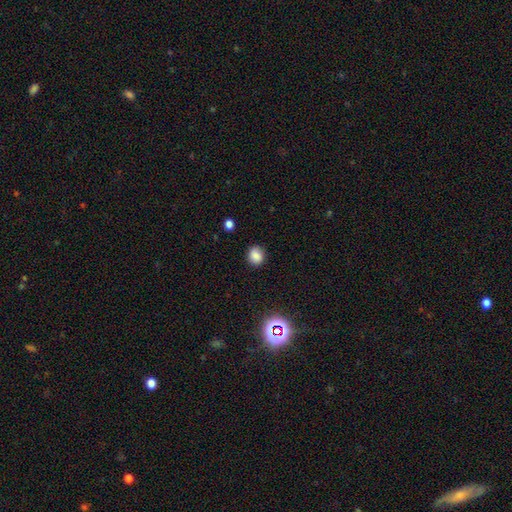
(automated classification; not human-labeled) Smooth or featured?
  - smooth: 82% *
  - star or artifact: 13%
  - featured or disk: 5%
How rounded?
  - round: 71% *
  - in between: 28%
  - cigar-shaped: 1%
Merging?
  - none: 85% *
  - minor disturbance: 11%
  - major disturbance: 3%
  - merger: 1%